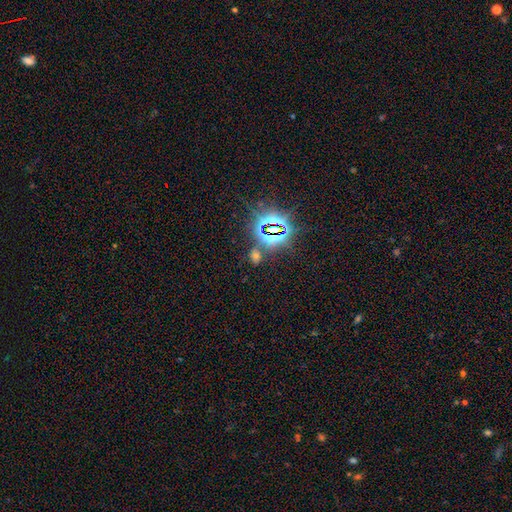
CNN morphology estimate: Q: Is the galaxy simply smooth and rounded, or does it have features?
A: star or artifact — 81%.